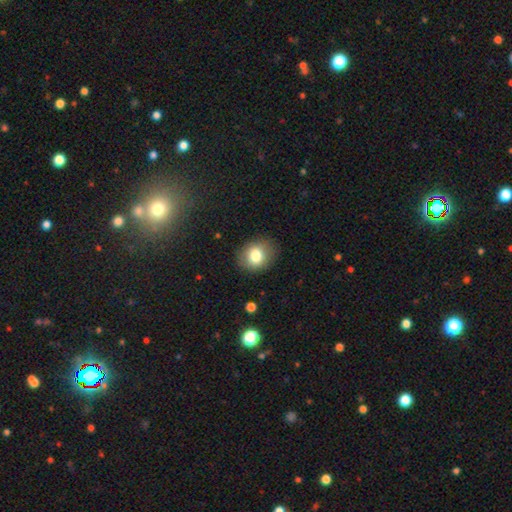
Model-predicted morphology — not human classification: The model was most divided on "how rounded": round: 58%, in between: 41%, cigar-shaped: 1%. More confident: merging — none (85%); smooth or featured — smooth (79%).